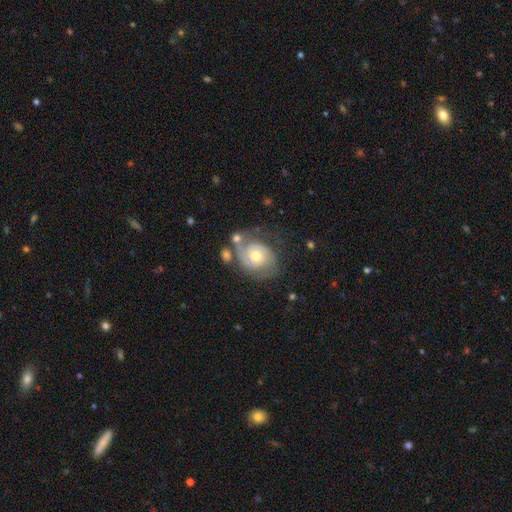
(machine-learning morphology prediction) type=featured or disk (72%); edge-on=no (97%); bar=no (77%); spiral arms=yes (87%); winding=tight (52%); arm count=2 (57%); bulge=moderate (65%); merging=none (51%).